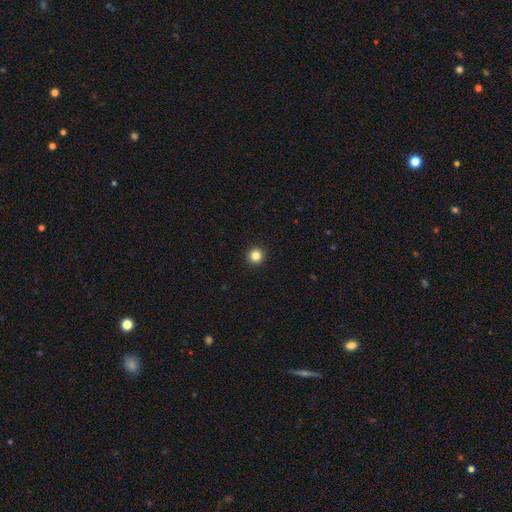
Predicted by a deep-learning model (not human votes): This appears to be a smooth galaxy with no disk features (84%) that is round (96%). Merging: none (94%).